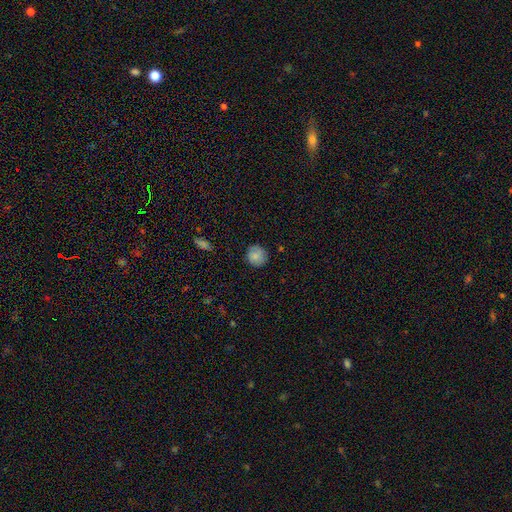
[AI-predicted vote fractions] The model was most divided on "merging": none: 85%, minor disturbance: 12%, major disturbance: 2%, merger: 1%. More confident: how rounded — round (91%); smooth or featured — smooth (85%).